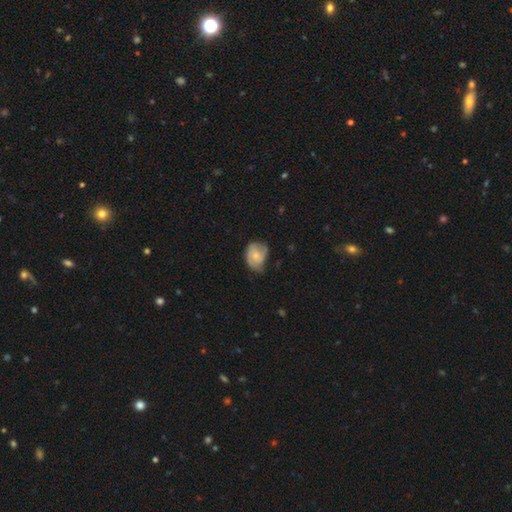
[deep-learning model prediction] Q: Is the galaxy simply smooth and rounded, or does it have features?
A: smooth — 48%.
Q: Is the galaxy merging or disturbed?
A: none — 45%.